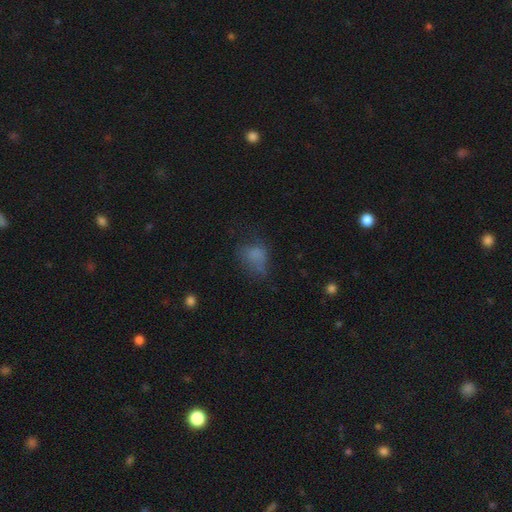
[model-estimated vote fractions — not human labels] This is likely a smooth galaxy (66%). How rounded: likely in between (68%). Merging: marginally none (38%).